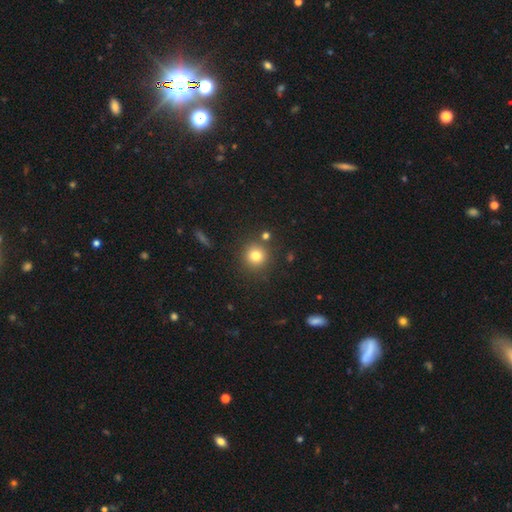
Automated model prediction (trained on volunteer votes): Smooth or featured? smooth (79%)
How rounded? round (93%)
Merging? none (84%)